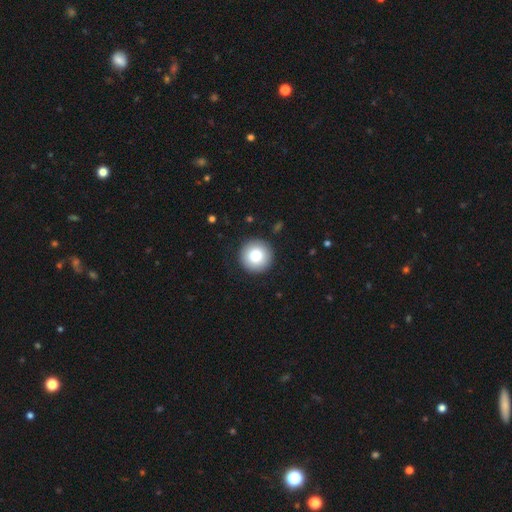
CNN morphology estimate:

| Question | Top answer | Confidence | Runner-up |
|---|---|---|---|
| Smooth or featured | smooth | 82% | featured or disk (10%) |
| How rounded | round | 97% | in between (2%) |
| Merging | none | 92% | minor disturbance (5%) |